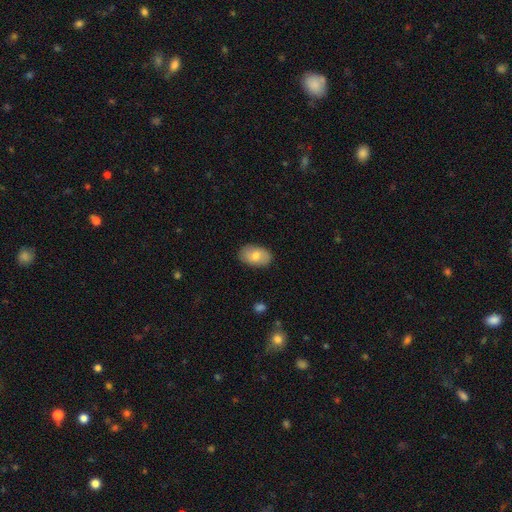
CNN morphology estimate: Smooth or featured?
  - smooth: 76% *
  - featured or disk: 17%
  - star or artifact: 6%
How rounded?
  - in between: 91% *
  - round: 8%
  - cigar-shaped: 1%
Merging?
  - none: 86% *
  - minor disturbance: 11%
  - major disturbance: 2%
  - merger: 1%